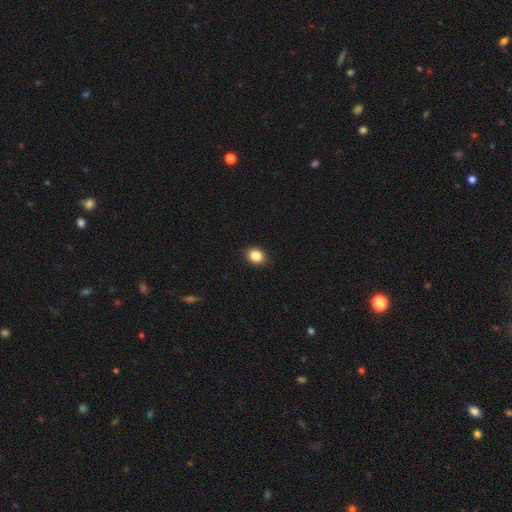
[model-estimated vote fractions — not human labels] This is clearly a smooth galaxy (87%). How rounded: possibly round (50%). Merging: clearly none (91%).